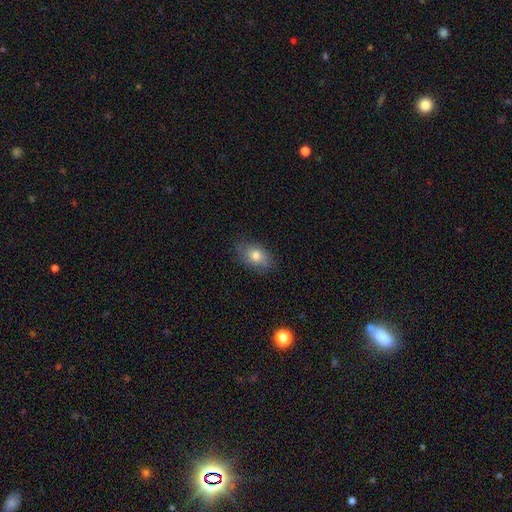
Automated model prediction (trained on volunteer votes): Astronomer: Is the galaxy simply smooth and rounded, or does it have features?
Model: smooth — 78%.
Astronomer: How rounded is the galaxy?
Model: in between — 84%.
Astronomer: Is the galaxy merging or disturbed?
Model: none — 80%.